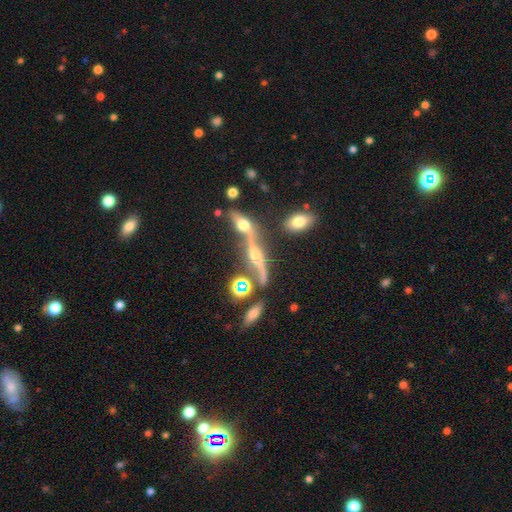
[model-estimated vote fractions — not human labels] Smooth or featured? featured or disk (73%)
Edge-on disk? yes (85%)
Edge-on bulge? rounded (93%)
Merging? none (53%)